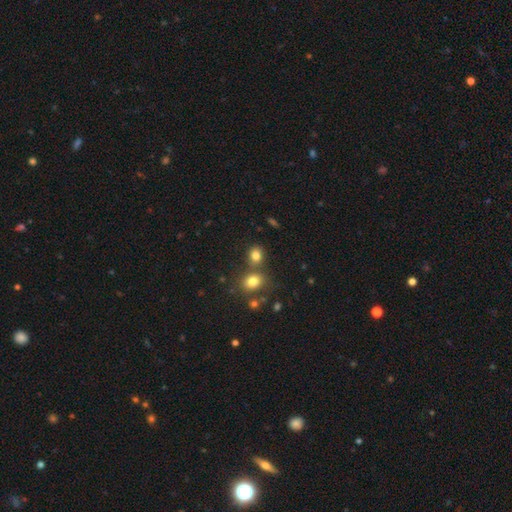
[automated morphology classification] The model was most divided on "how rounded": round: 57%, in between: 42%, cigar-shaped: 1%. More confident: smooth or featured — smooth (80%); merging — none (58%).